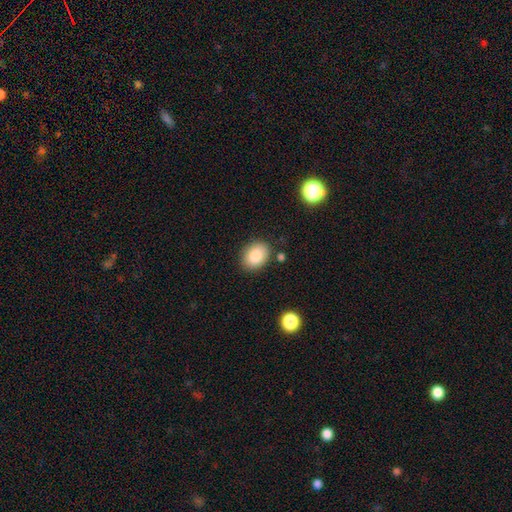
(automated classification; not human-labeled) The model was most divided on "how rounded": in between: 70%, round: 29%, cigar-shaped: 1%. More confident: smooth or featured — smooth (87%); merging — none (84%).